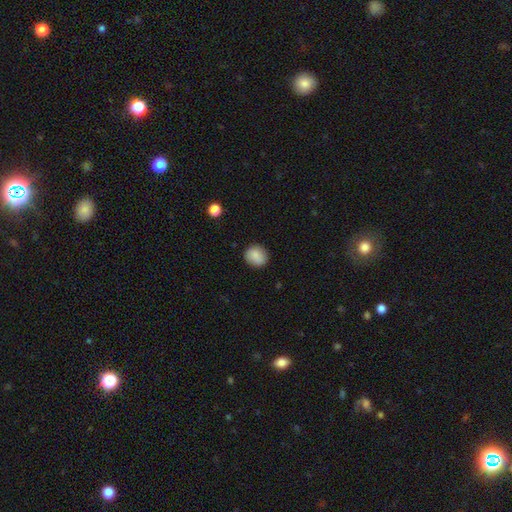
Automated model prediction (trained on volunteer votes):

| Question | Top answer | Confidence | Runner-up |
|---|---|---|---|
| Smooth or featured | smooth | 86% | star or artifact (8%) |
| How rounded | round | 79% | in between (20%) |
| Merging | none | 87% | minor disturbance (10%) |